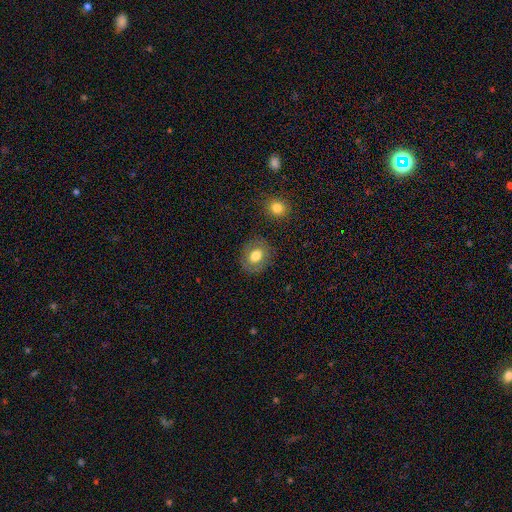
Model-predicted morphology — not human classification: type=smooth (73%); roundness=round (58%); merging=none (84%).